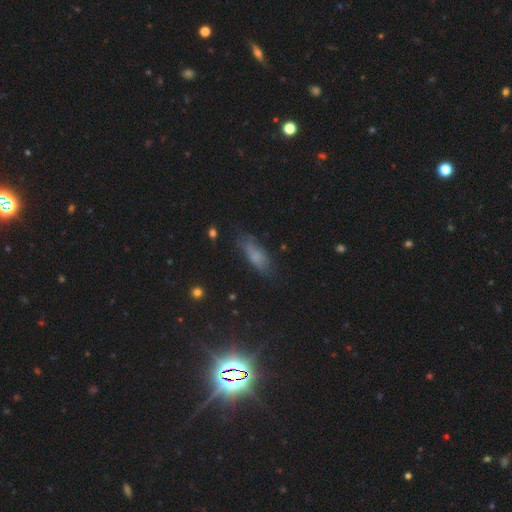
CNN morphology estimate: smooth 60%, featured or disk 24%, star or artifact 16%. Down the decision tree: how rounded — in between (58%); merging — none (65%).